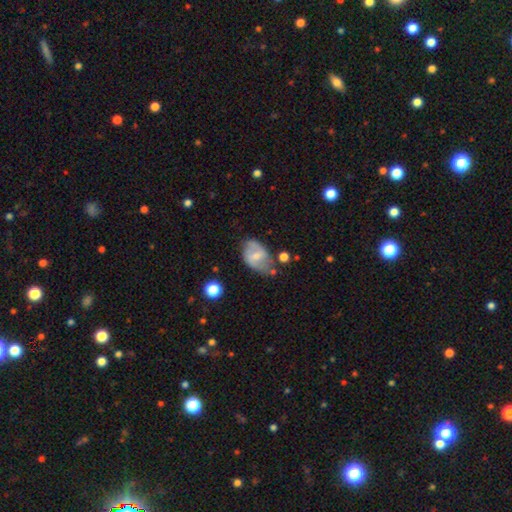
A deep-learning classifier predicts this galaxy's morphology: smooth-or-featured: featured or disk: 49% | smooth: 44% | star or artifact: 7%
  merging: none: 45% | minor disturbance: 34% | major disturbance: 14% | merger: 7%